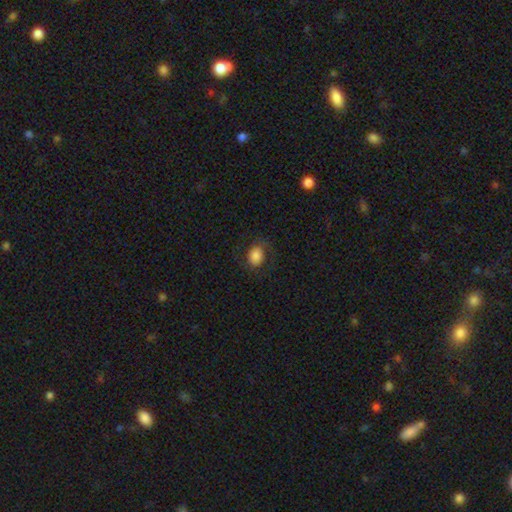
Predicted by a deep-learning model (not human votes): This is clearly a smooth galaxy (80%). How rounded: possibly in between (51%). Merging: likely none (77%).